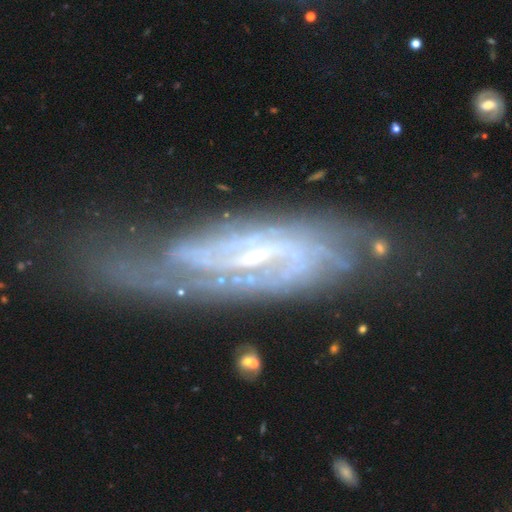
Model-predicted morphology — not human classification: This is clearly a featured or disk galaxy (85%). It is clearly not viewed edge-on (88%). Bar: marginally weak (44%). Spiral arm pattern: clearly yes (94%). Spiral arm count: possibly 2 (54%). Spiral winding: possibly tight (46%). Central bulge: likely small (71%). Merging: possibly none (57%).